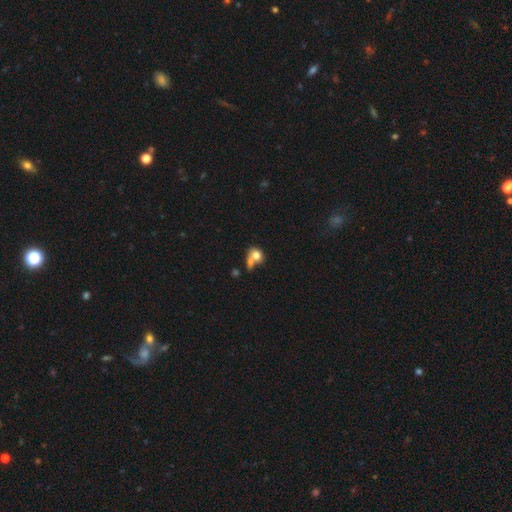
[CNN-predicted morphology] A smooth galaxy with no disk features (75%) that is round (55%).

Vote fractions:
- Smooth or featured? smooth: 75% / featured or disk: 16% / star or artifact: 9%
- How rounded? round: 55% / in between: 43% / cigar-shaped: 2%
- Merging? merger: 49% / none: 28% / minor disturbance: 12% / major disturbance: 11%